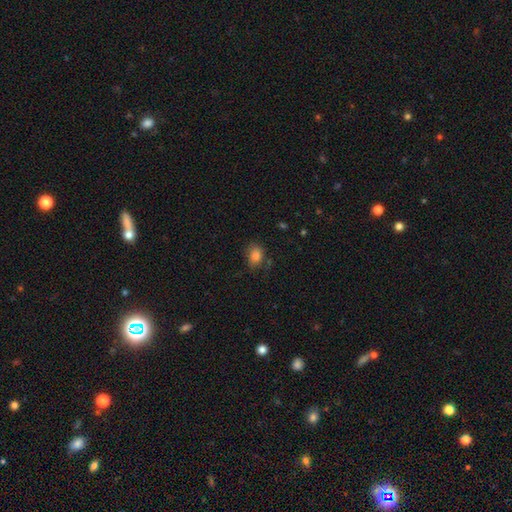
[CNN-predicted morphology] A smooth galaxy with no disk features (83%) that is in between round and cigar-shaped (65%).

Vote fractions:
- Smooth or featured? smooth: 83% / star or artifact: 11% / featured or disk: 6%
- How rounded? in between: 65% / round: 34% / cigar-shaped: 1%
- Merging? none: 71% / minor disturbance: 20% / major disturbance: 6% / merger: 3%